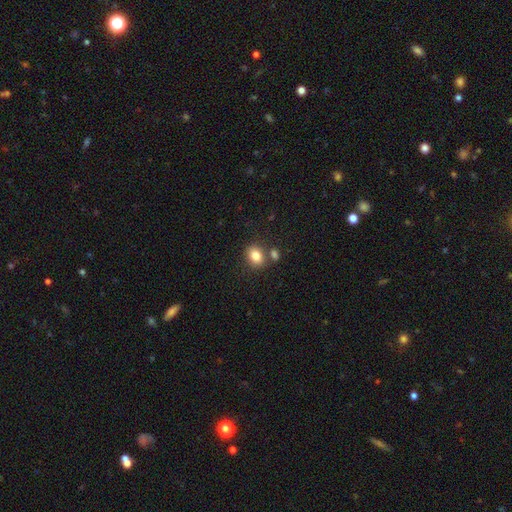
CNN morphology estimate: Overall: smooth (82%). How rounded: in between (51%; round 48%). Merging: none (69%).